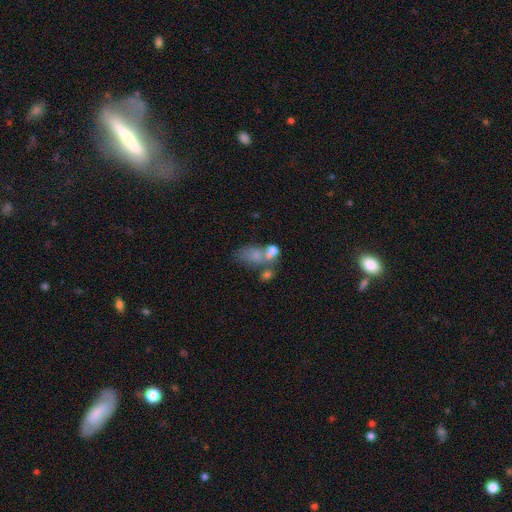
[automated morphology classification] smooth_or_featured: smooth (p=0.61) [alt: featured or disk p=0.26]
how_rounded: in between (p=0.82) [alt: round p=0.15]
merging: merger (p=0.43) [alt: none p=0.26]